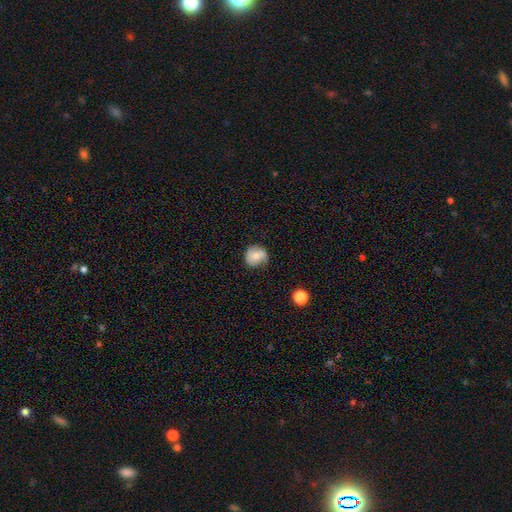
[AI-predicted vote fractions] Smooth or featured? Predicted: smooth (p=0.67). How rounded? Predicted: round (p=0.77). Merging? Predicted: none (p=0.69).